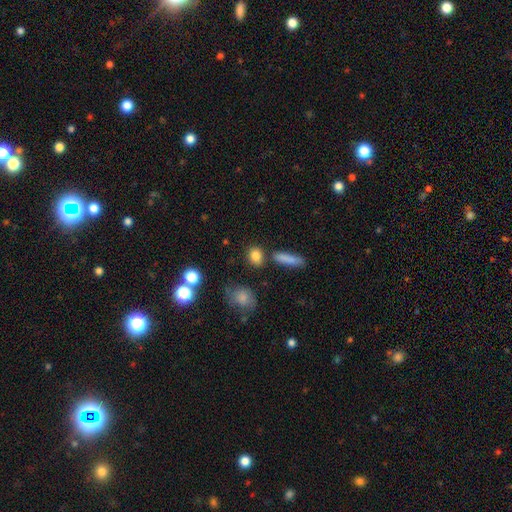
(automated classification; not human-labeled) Overall: smooth (83%). How rounded: round (57%; in between 39%). Merging: none (78%).